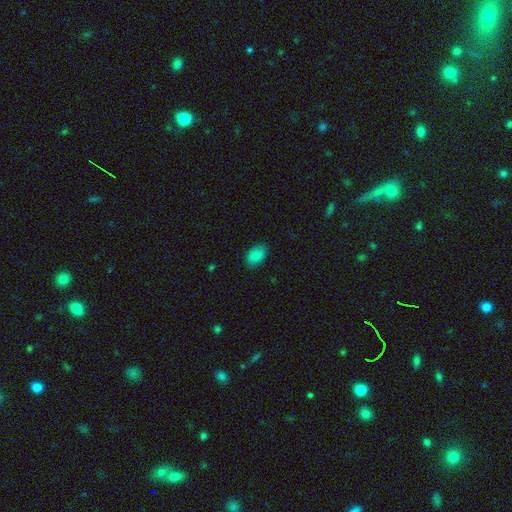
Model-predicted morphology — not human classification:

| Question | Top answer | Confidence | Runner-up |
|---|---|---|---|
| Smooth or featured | smooth | 85% | star or artifact (8%) |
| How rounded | in between | 87% | round (12%) |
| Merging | none | 82% | minor disturbance (14%) |